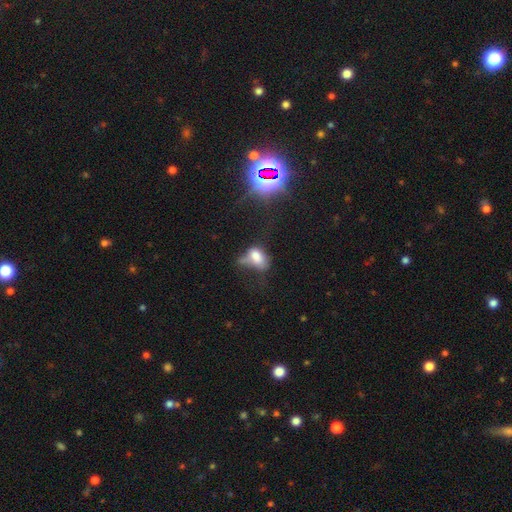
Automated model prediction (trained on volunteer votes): A smooth galaxy with no disk features (65%) that is in between round and cigar-shaped (85%).

Vote fractions:
- Smooth or featured? smooth: 65% / featured or disk: 20% / star or artifact: 15%
- How rounded? in between: 85% / round: 12% / cigar-shaped: 3%
- Merging? major disturbance: 34% / minor disturbance: 25% / none: 22% / merger: 19%